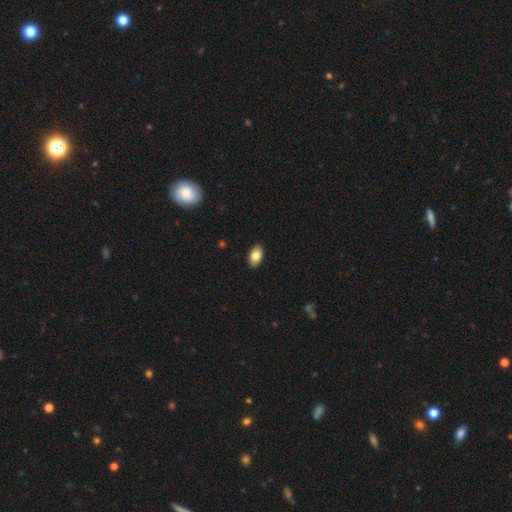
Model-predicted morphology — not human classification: This is clearly a smooth galaxy (82%). How rounded: clearly in between (92%). Merging: clearly none (90%).